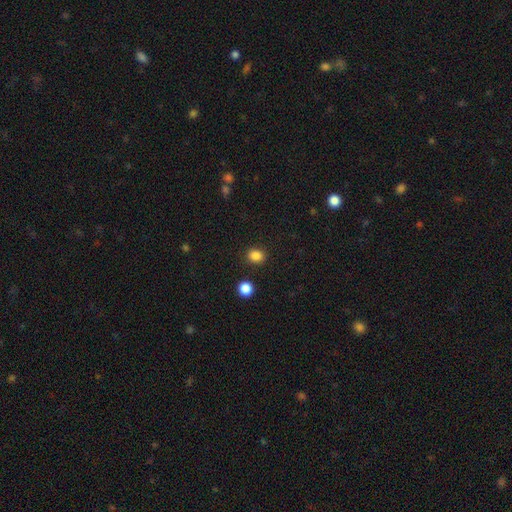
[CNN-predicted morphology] type=smooth (85%); roundness=round (65%); merging=none (87%).